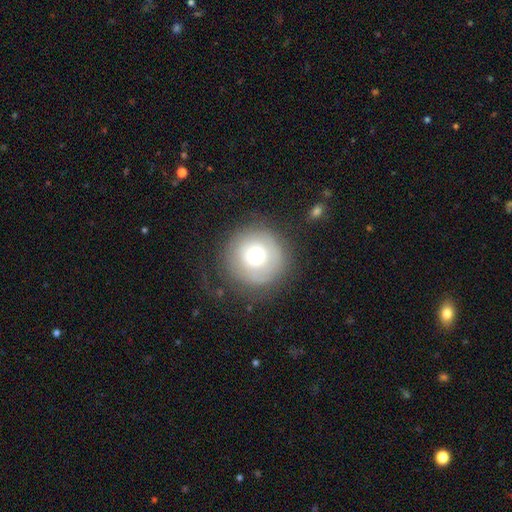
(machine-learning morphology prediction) smooth 61%, featured or disk 29%, star or artifact 10%. Down the decision tree: how rounded — round (95%); merging — none (72%).